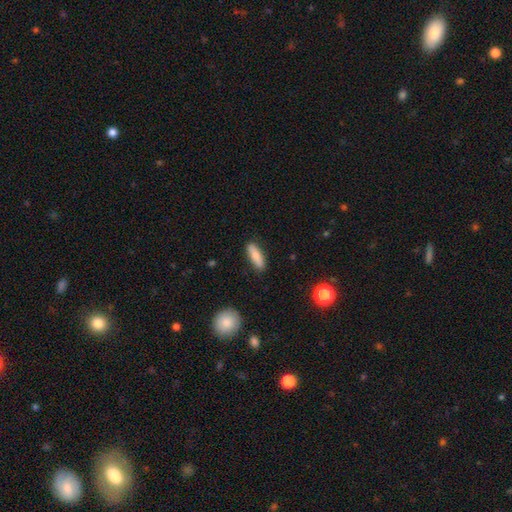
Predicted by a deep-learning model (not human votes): Q: Smooth or featured?
A: smooth (81%); runner-up: featured or disk (13%)
Q: How rounded?
A: cigar-shaped (51%); runner-up: in between (47%)
Q: Merging?
A: none (87%); runner-up: minor disturbance (10%)